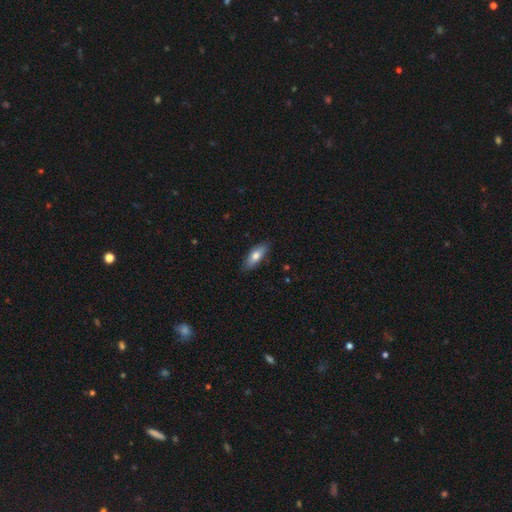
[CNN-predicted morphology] Smooth or featured: smooth — 73% (featured or disk — 21%)
How rounded: in between — 68% (cigar-shaped — 30%)
Merging: none — 84% (minor disturbance — 13%)